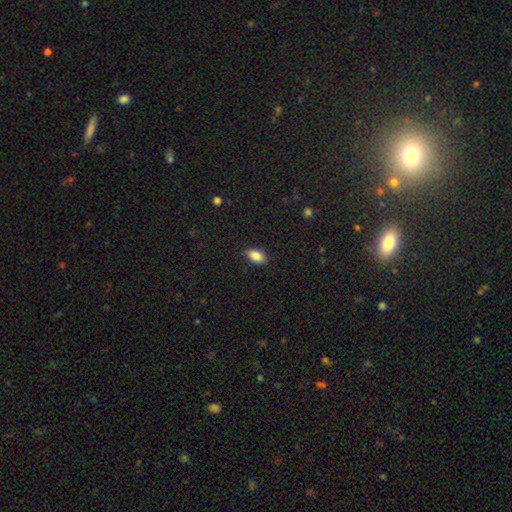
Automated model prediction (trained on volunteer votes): This is clearly a smooth galaxy (87%). How rounded: clearly in between (91%). Merging: clearly none (86%).